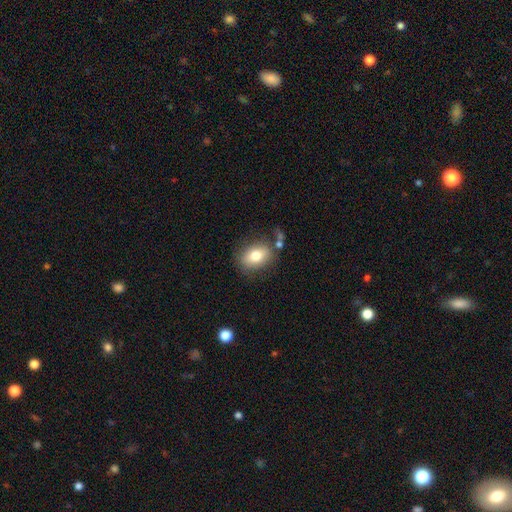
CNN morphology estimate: This is likely a smooth galaxy (77%). How rounded: likely in between (74%). Merging: likely none (75%).